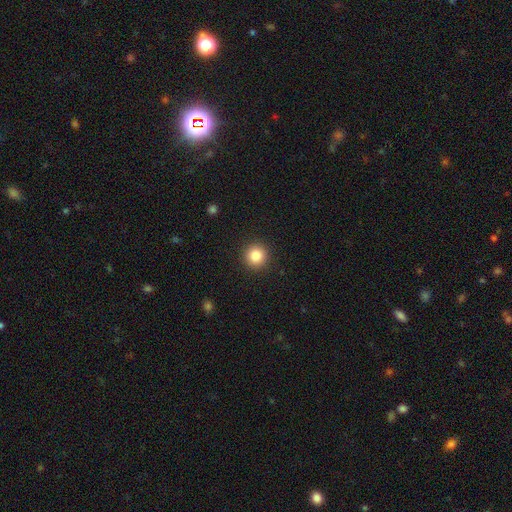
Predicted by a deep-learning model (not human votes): A smooth galaxy with no disk features (85%) that is round (95%). Merging: none (92%).